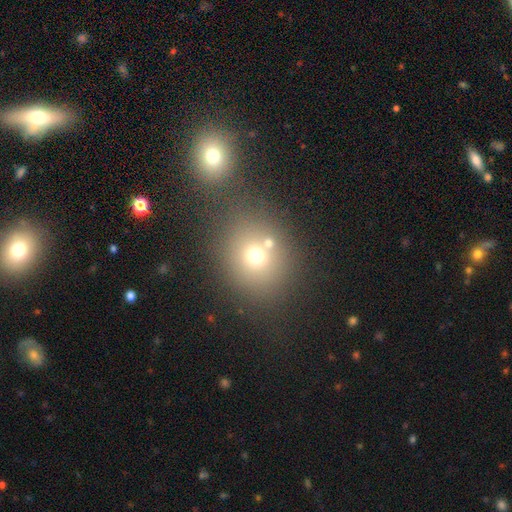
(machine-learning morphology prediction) The model was most divided on "merging": none: 60%, merger: 25%, minor disturbance: 10%, major disturbance: 5%. More confident: how rounded — round (75%); smooth or featured — smooth (68%).